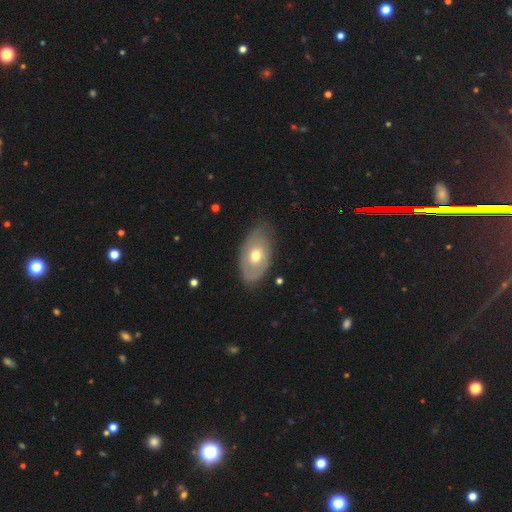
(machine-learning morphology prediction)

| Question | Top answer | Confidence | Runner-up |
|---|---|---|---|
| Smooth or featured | smooth | 51% | featured or disk (43%) |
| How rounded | in between | 90% | round (8%) |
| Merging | none | 67% | minor disturbance (25%) |